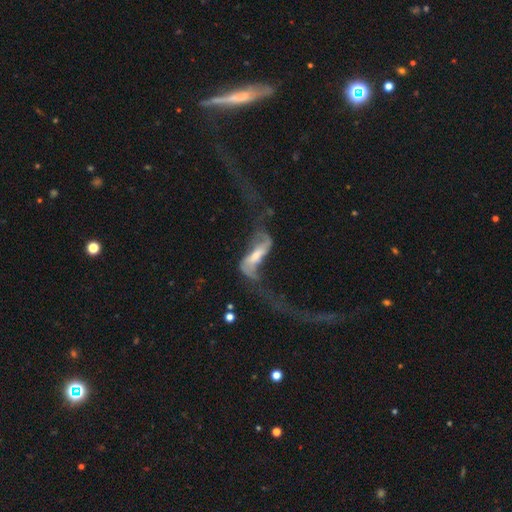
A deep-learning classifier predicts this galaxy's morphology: Smooth or featured? Predicted: featured or disk (p=0.78). Edge-on disk? Predicted: no (p=0.86). Bar? Predicted: strong (p=0.40). Spiral arms? Predicted: yes (p=0.80). Spiral winding? Predicted: loose (p=0.90). Spiral arm count? Predicted: 2 (p=0.87). Bulge size? Predicted: small (p=0.43). Merging? Predicted: major disturbance (p=0.52).